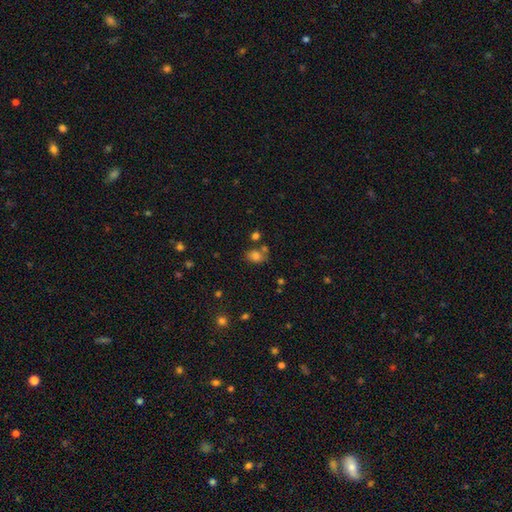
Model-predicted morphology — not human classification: smooth-or-featured: smooth: 78% | star or artifact: 13% | featured or disk: 8%
  how-rounded: in between: 65% | round: 34% | cigar-shaped: 1%
  merging: none: 62% | merger: 16% | minor disturbance: 16% | major disturbance: 5%